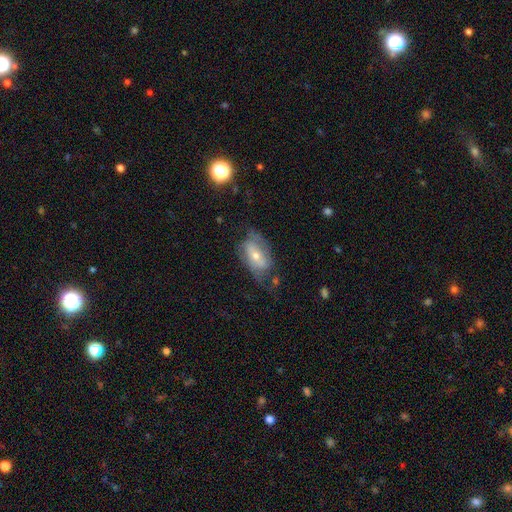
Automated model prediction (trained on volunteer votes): Morphology: type=featured or disk (56%); edge-on=no (91%); bar=no (43%); spiral arms=yes (64%); bulge=moderate (51%); merging=none (48%).